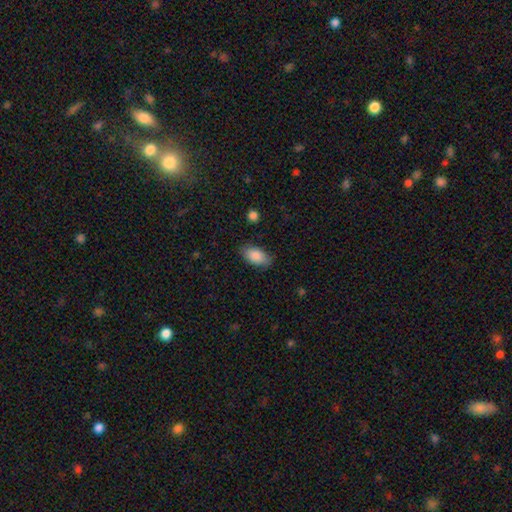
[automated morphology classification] smooth_or_featured: smooth (p=0.87) [alt: featured or disk p=0.07]
how_rounded: in between (p=0.93) [alt: round p=0.04]
merging: none (p=0.80) [alt: minor disturbance p=0.15]